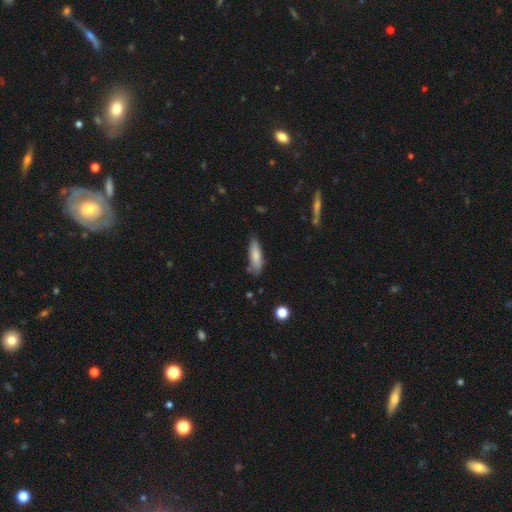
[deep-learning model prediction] A smooth galaxy with no disk features (80%) that is cigar-shaped (52%).

Vote fractions:
- Smooth or featured? smooth: 80% / featured or disk: 13% / star or artifact: 7%
- How rounded? cigar-shaped: 52% / in between: 46% / round: 2%
- Merging? none: 72% / minor disturbance: 21% / major disturbance: 4% / merger: 3%